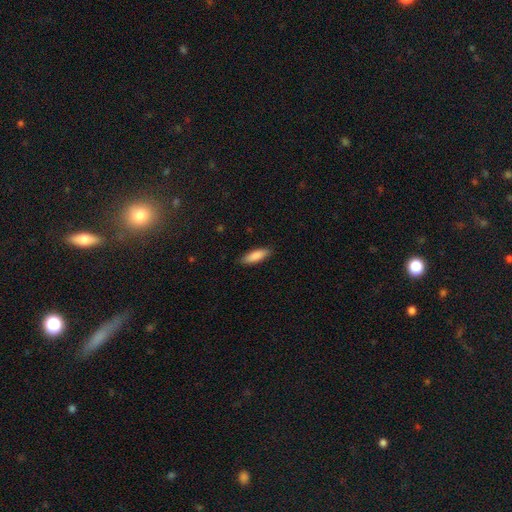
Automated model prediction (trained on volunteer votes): Smooth or featured?
  - smooth: 86% *
  - featured or disk: 8%
  - star or artifact: 6%
How rounded?
  - in between: 56% *
  - cigar-shaped: 42%
  - round: 2%
Merging?
  - none: 87% *
  - minor disturbance: 10%
  - major disturbance: 2%
  - merger: 1%